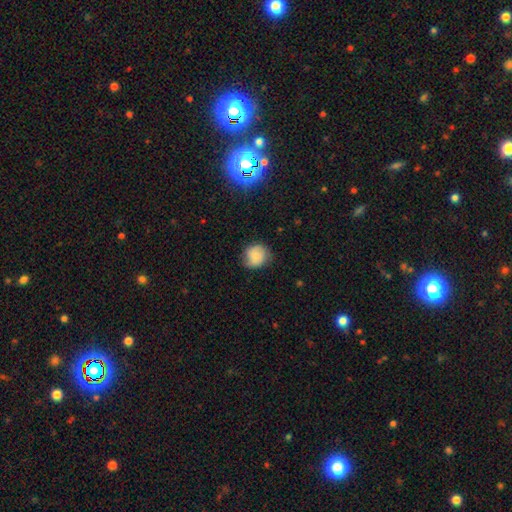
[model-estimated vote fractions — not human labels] This is likely a smooth galaxy (74%). How rounded: clearly round (84%). Merging: likely none (73%).